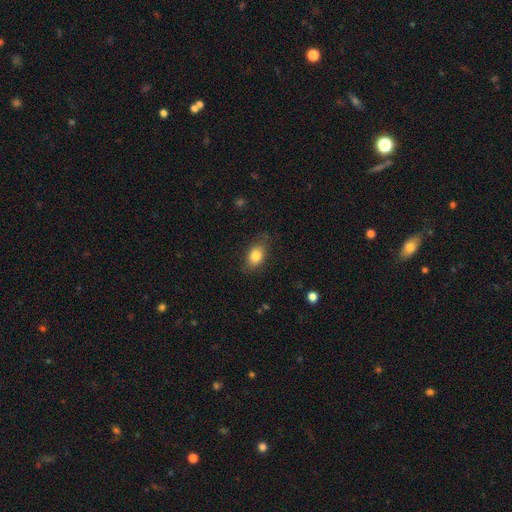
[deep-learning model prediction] smooth-or-featured: smooth: 81% | featured or disk: 11% | star or artifact: 9%
  how-rounded: in between: 80% | round: 18% | cigar-shaped: 2%
  merging: none: 77% | minor disturbance: 17% | major disturbance: 5% | merger: 1%